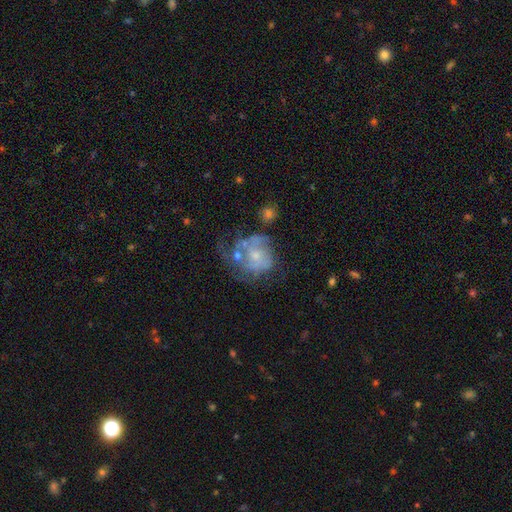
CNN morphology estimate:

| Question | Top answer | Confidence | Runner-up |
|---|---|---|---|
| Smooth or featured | featured or disk | 63% | smooth (27%) |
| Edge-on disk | no | 98% | yes (2%) |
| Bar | no | 81% | weak (16%) |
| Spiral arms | yes | 56% | no (44%) |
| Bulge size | small | 52% | moderate (36%) |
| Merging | major disturbance | 35% | none (31%) |